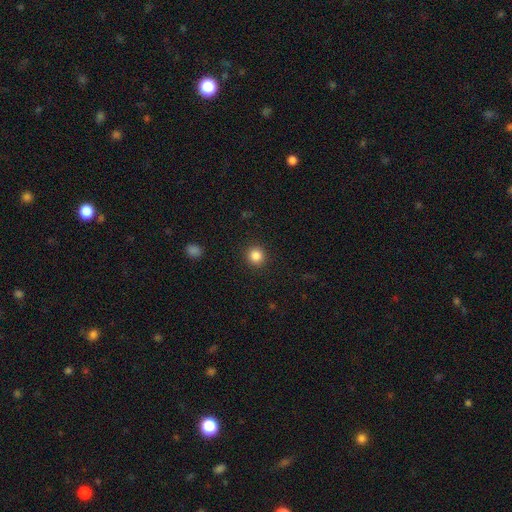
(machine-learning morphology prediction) Overall: smooth (85%). How rounded: round (94%). Merging: none (92%).